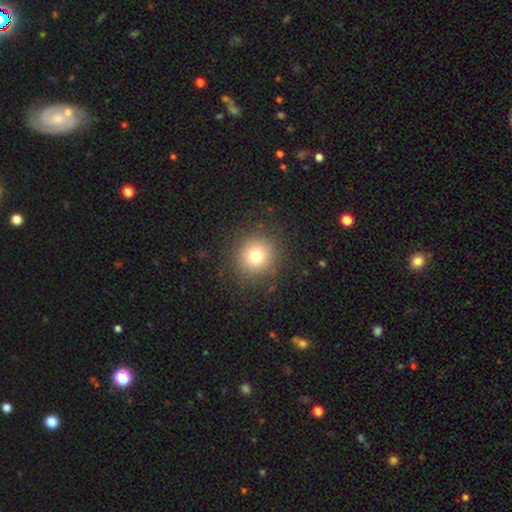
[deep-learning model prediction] A smooth galaxy with no disk features (76%) that is round (93%).

Vote fractions:
- Smooth or featured? smooth: 76% / star or artifact: 14% / featured or disk: 10%
- How rounded? round: 93% / in between: 6% / cigar-shaped: 1%
- Merging? none: 88% / minor disturbance: 7% / major disturbance: 3% / merger: 1%